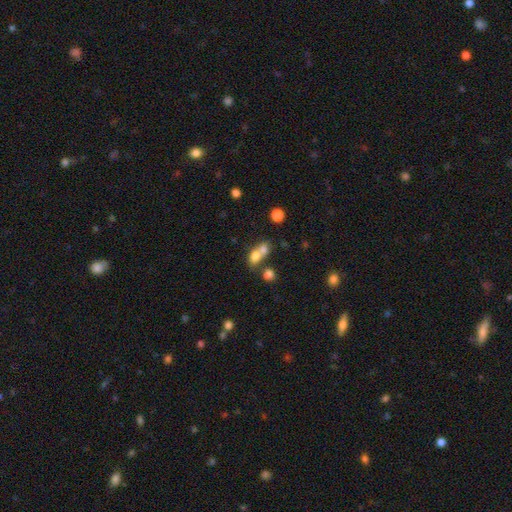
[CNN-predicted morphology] smooth_or_featured: smooth (p=0.73) [alt: featured or disk p=0.15]
how_rounded: in between (p=0.55) [alt: round p=0.42]
merging: merger (p=0.60) [alt: none p=0.28]